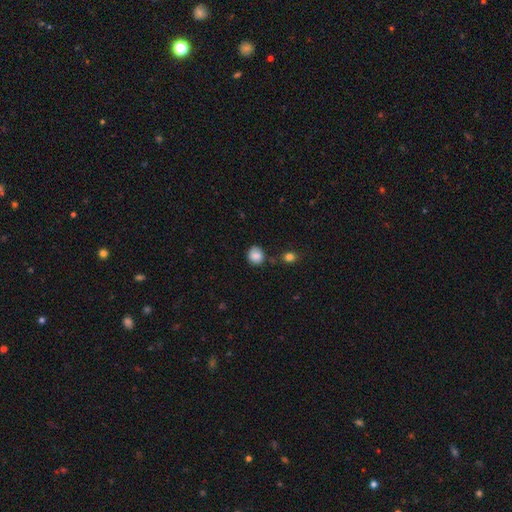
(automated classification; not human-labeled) This appears to be a smooth galaxy with no disk features (85%) that is round (77%). Merging: none (73%).